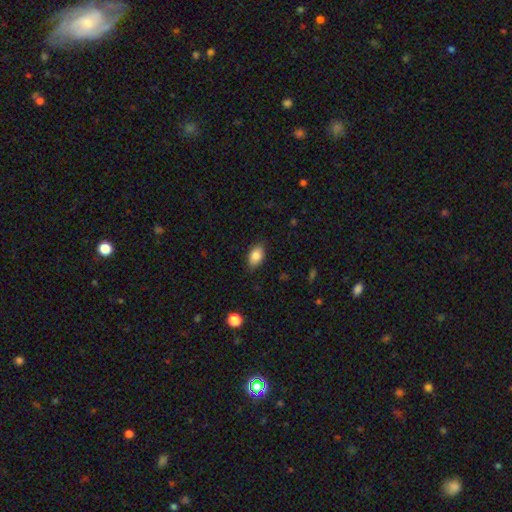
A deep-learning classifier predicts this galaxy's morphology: type=smooth (86%); roundness=in between (90%); merging=none (85%).